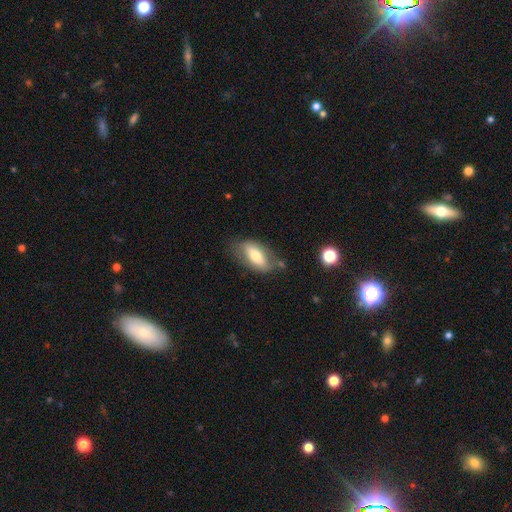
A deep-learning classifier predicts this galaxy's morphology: This is likely a smooth galaxy (63%). How rounded: clearly in between (85%). Merging: likely none (65%).